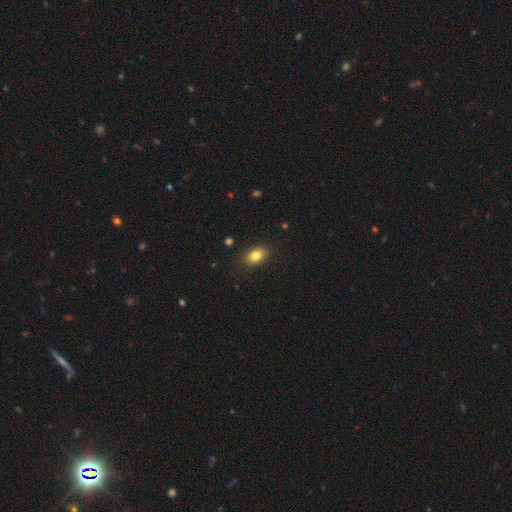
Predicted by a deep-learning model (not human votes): Overall: smooth (83%). How rounded: in between (85%). Merging: none (87%).